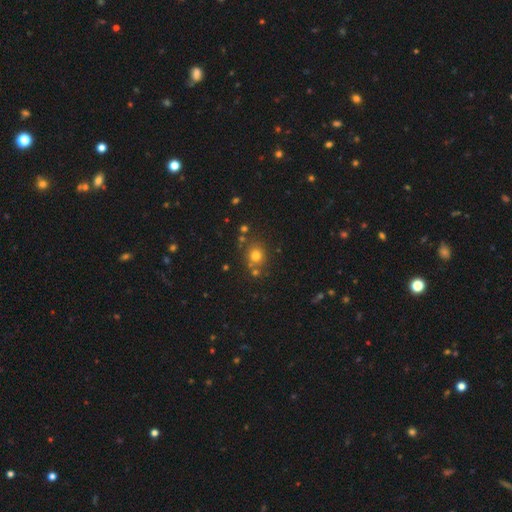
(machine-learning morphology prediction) Smooth or featured? Predicted: smooth (p=0.73). How rounded? Predicted: round (p=0.83). Merging? Predicted: none (p=0.74).